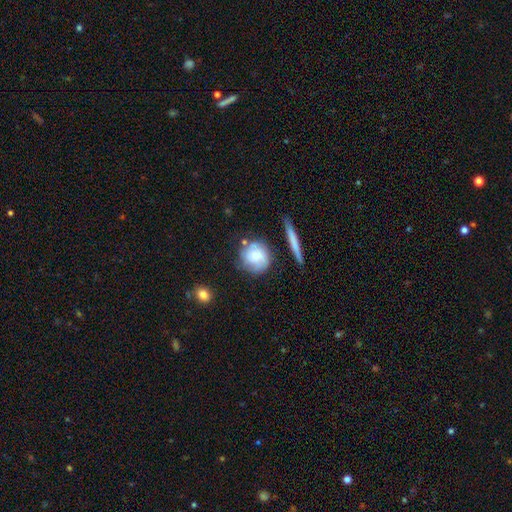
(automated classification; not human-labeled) Morphology: type=smooth (48%); merging=none (66%).